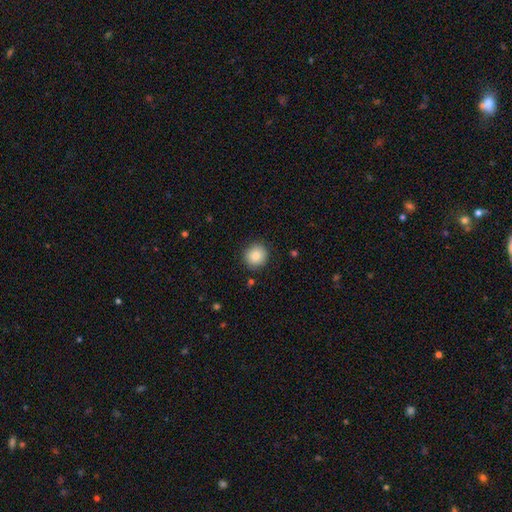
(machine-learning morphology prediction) Smooth or featured? Predicted: smooth (p=0.86). How rounded? Predicted: round (p=0.92). Merging? Predicted: none (p=0.89).